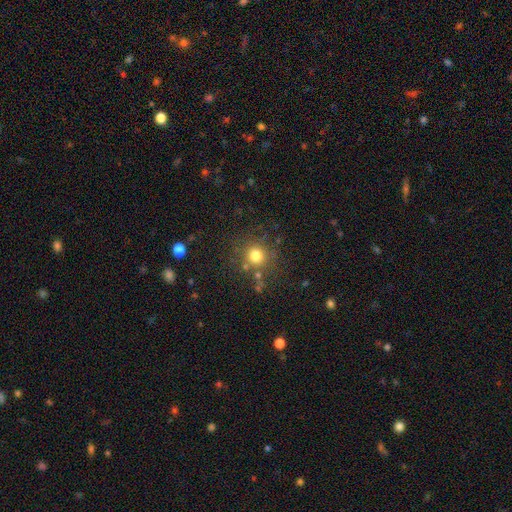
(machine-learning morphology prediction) Smooth or featured?
  - smooth: 77% *
  - star or artifact: 16%
  - featured or disk: 8%
How rounded?
  - round: 91% *
  - in between: 8%
  - cigar-shaped: 1%
Merging?
  - none: 79% *
  - minor disturbance: 10%
  - merger: 6%
  - major disturbance: 5%